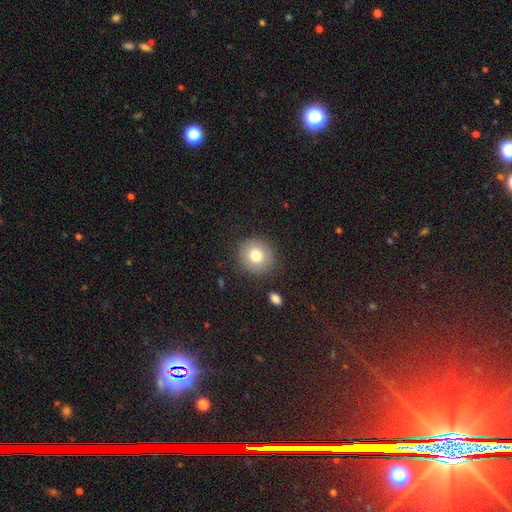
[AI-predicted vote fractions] This is likely a smooth galaxy (78%). How rounded: clearly round (90%). Merging: clearly none (87%).